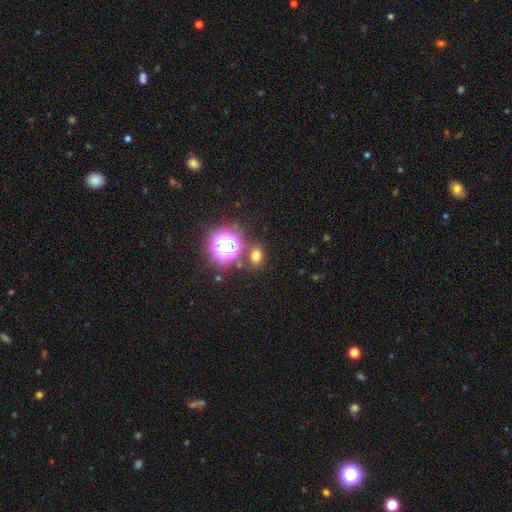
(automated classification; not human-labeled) smooth 63%, star or artifact 29%, featured or disk 8%. Down the decision tree: how rounded — in between (57%); merging — none (77%).